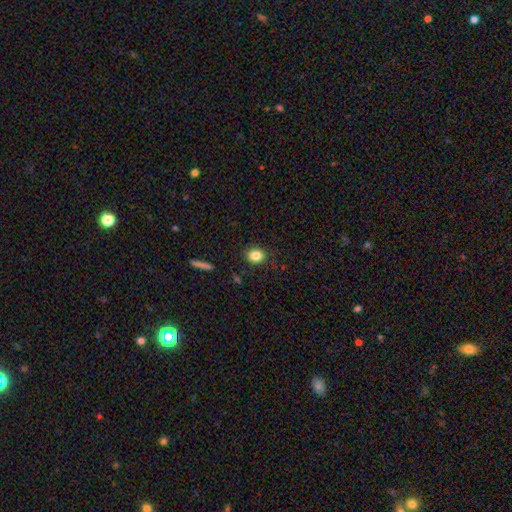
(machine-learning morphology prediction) type=smooth (84%); roundness=round (59%); merging=none (86%).